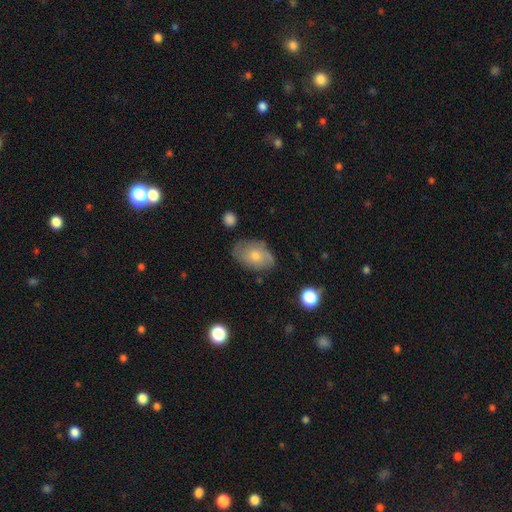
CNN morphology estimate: This appears to be a smooth galaxy with no disk features (62%) that is in between round and cigar-shaped (86%). Merging: none (64%).